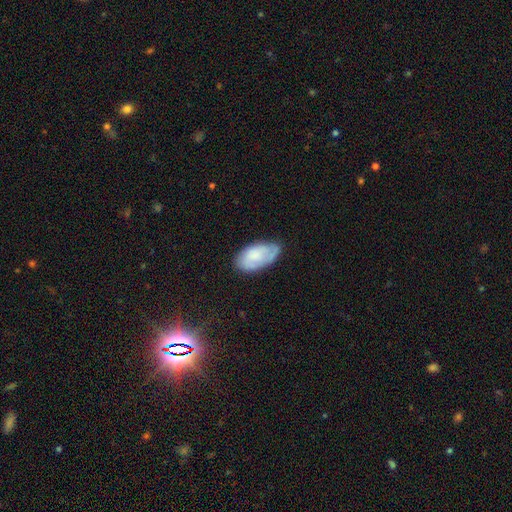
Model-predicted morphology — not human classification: This appears to be a smooth galaxy with no disk features (63%) that is in between round and cigar-shaped (95%). Merging: none (60%).